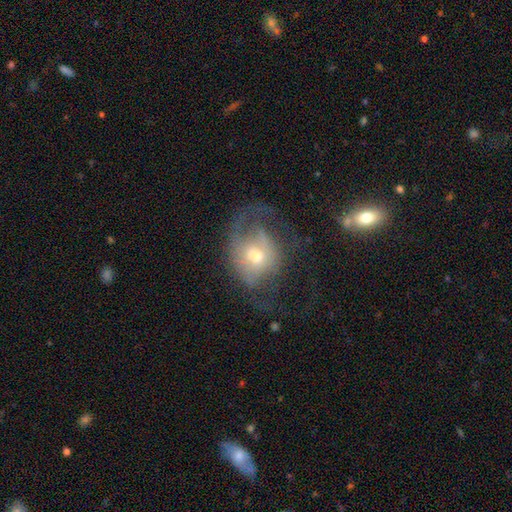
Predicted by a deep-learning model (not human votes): A featured or disk galaxy (51%).

Vote fractions:
- Smooth or featured? featured or disk: 51% / smooth: 39% / star or artifact: 10%
- Edge-on disk? no: 95% / yes: 5%
- Merging? major disturbance: 45% / none: 32% / minor disturbance: 21% / merger: 2%